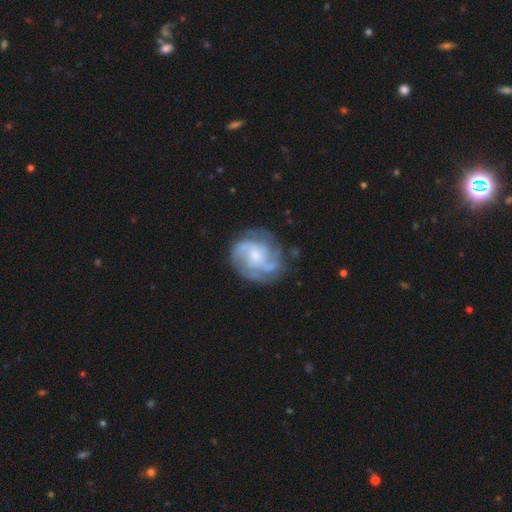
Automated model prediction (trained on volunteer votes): Smooth or featured: featured or disk — 82% (smooth — 12%)
Edge-on disk: no — 98% (yes — 2%)
Bar: no — 64% (weak — 30%)
Spiral arms: yes — 94% (no — 6%)
Spiral winding: medium — 44% (tight — 40%)
Spiral arm count: 3 — 36% (2 — 22%)
Bulge size: small — 46% (moderate — 38%)
Merging: none — 72% (minor disturbance — 17%)